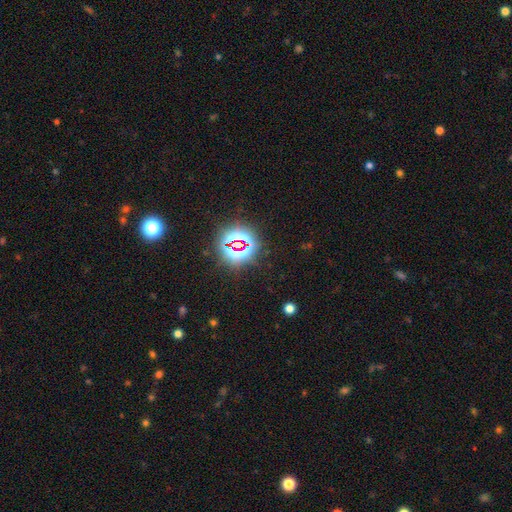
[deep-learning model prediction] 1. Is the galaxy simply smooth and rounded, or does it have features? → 79% star or artifact, 14% smooth, 7% featured or disk.